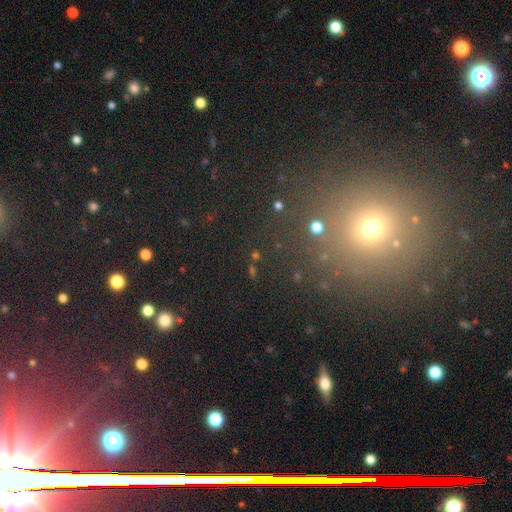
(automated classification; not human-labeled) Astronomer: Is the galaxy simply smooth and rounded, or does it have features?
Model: star or artifact — 57% (runner-up: smooth, 32%).